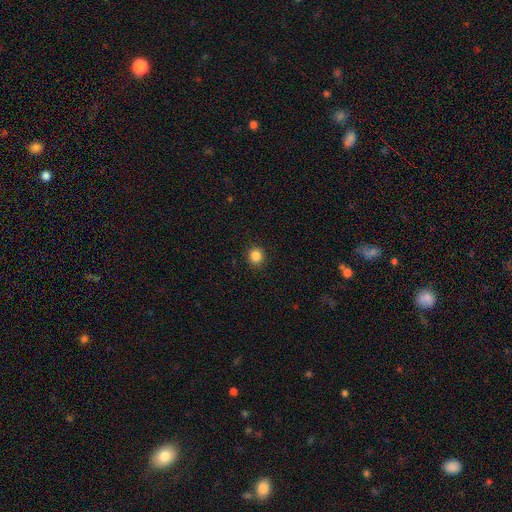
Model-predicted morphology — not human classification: This is clearly a smooth galaxy (85%). How rounded: clearly round (91%). Merging: clearly none (91%).